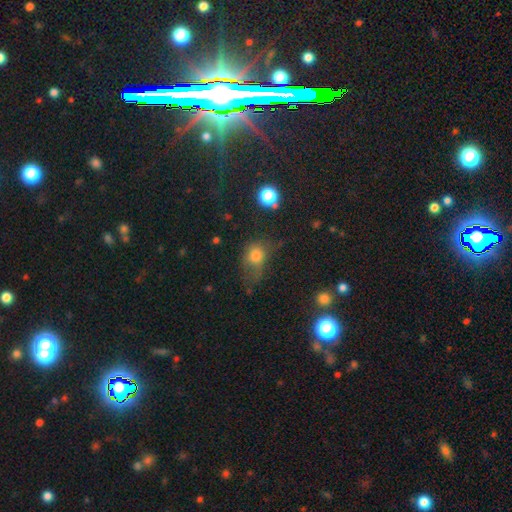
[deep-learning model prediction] Q: Smooth or featured?
A: smooth (71%); runner-up: star or artifact (16%)
Q: How rounded?
A: round (55%); runner-up: in between (43%)
Q: Merging?
A: none (39%); runner-up: major disturbance (28%)